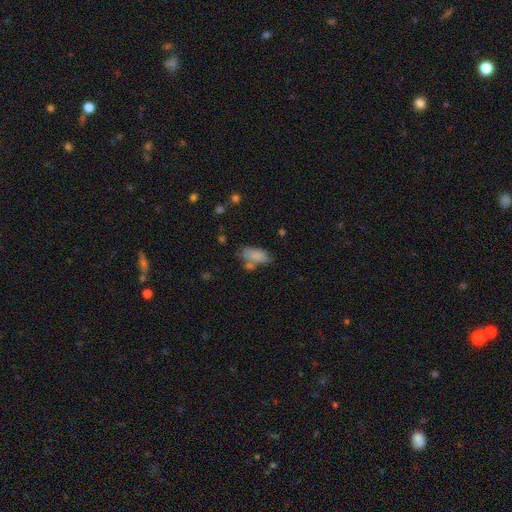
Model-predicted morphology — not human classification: Smooth or featured? smooth (82%)
How rounded? in between (89%)
Merging? none (50%)